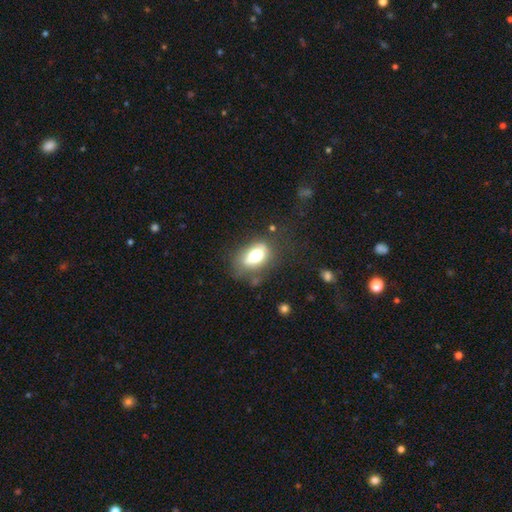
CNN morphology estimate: Smooth or featured? Predicted: smooth (p=0.69). How rounded? Predicted: in between (p=0.87). Merging? Predicted: none (p=0.58).